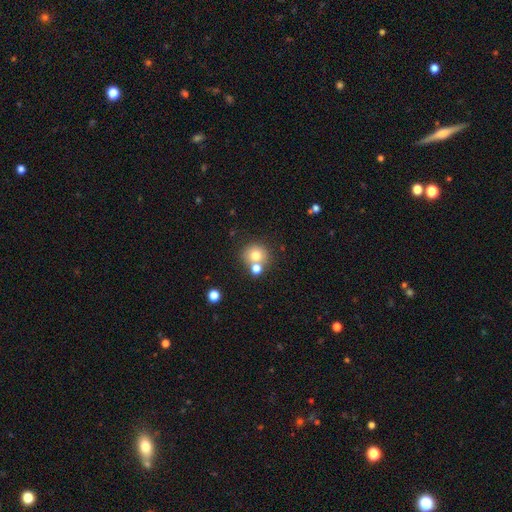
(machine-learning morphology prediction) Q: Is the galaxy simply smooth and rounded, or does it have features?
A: smooth — 75%.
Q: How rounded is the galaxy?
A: round — 85%.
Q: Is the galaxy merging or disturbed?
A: none — 58%.